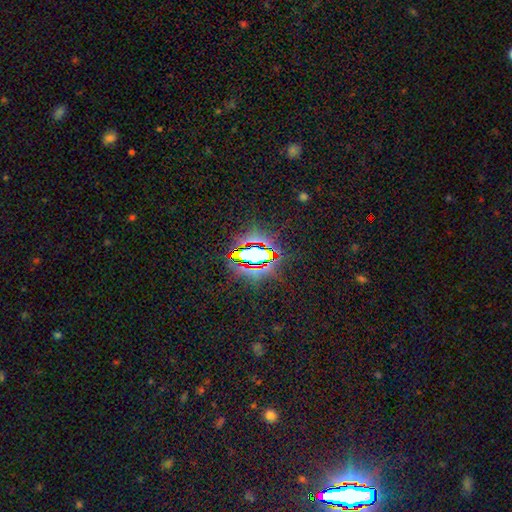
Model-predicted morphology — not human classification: type=star or artifact (69%).